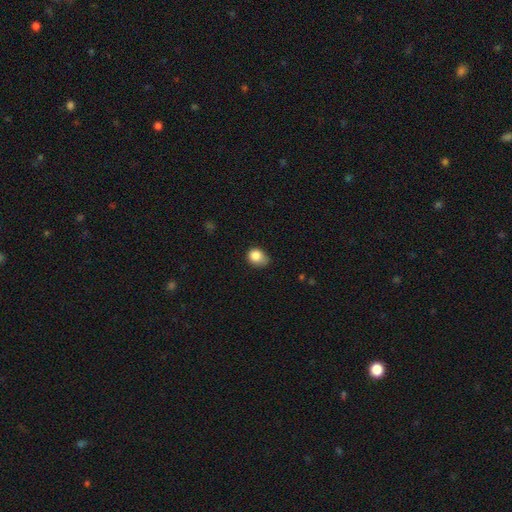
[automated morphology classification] Q: Smooth or featured?
A: smooth (85%); runner-up: star or artifact (9%)
Q: How rounded?
A: round (56%); runner-up: in between (43%)
Q: Merging?
A: minor disturbance (45%); runner-up: none (41%)